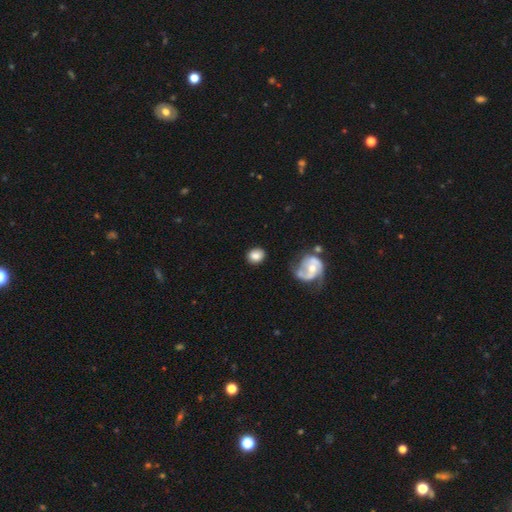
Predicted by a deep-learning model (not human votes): This appears to be a smooth galaxy with no disk features (77%) that is round (59%). Merging: none (76%).